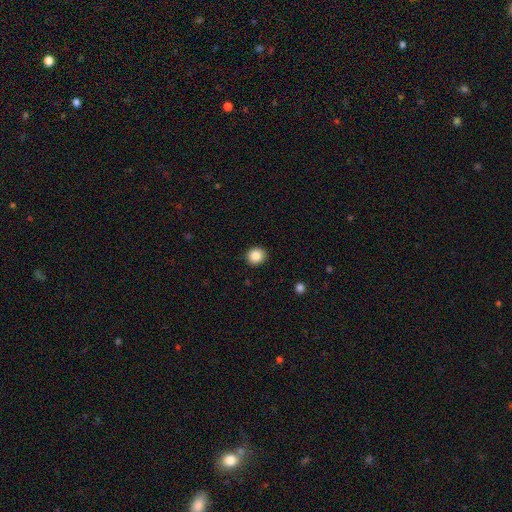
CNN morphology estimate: smooth-or-featured: smooth: 88% | star or artifact: 9% | featured or disk: 3%
  how-rounded: round: 88% | in between: 11% | cigar-shaped: 1%
  merging: none: 92% | minor disturbance: 5% | major disturbance: 2% | merger: 1%